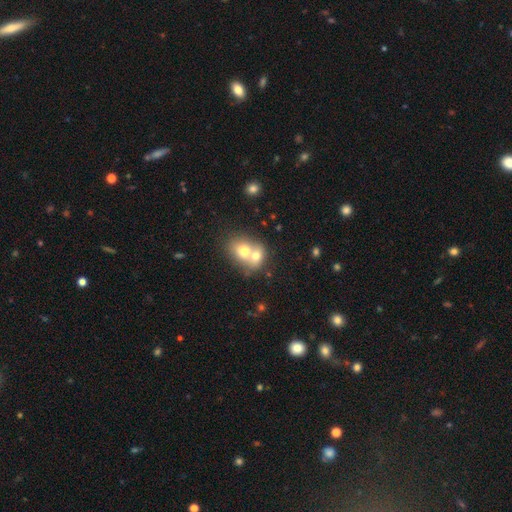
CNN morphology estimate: Q: Smooth or featured?
A: smooth (68%); runner-up: featured or disk (23%)
Q: How rounded?
A: round (50%); runner-up: in between (49%)
Q: Merging?
A: merger (73%); runner-up: none (19%)